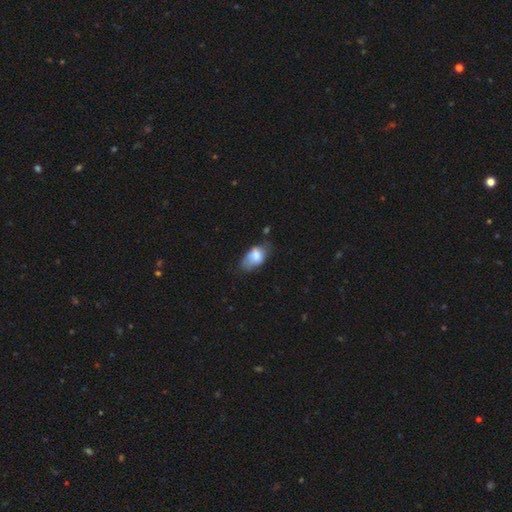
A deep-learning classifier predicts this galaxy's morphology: This is likely a smooth galaxy (75%). How rounded: clearly in between (90%). Merging: marginally none (42%).